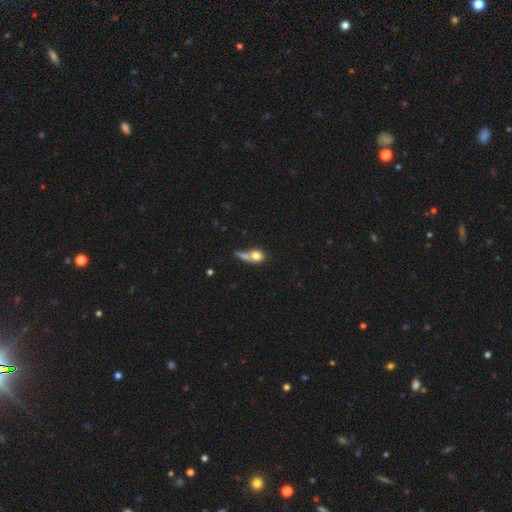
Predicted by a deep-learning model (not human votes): Morphology: type=smooth (71%); roundness=round (50%); merging=merger (44%).